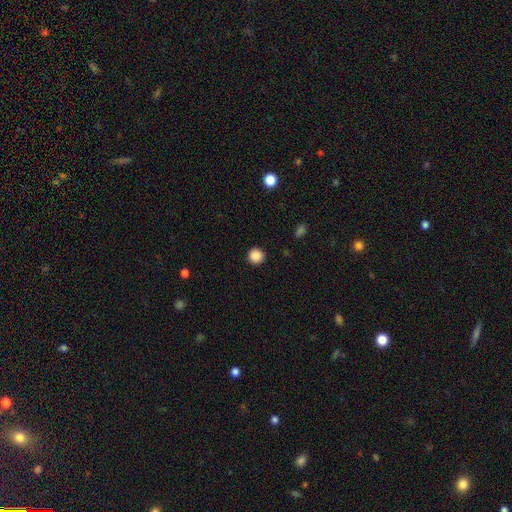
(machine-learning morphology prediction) smooth 87%, star or artifact 10%, featured or disk 2%. Down the decision tree: how rounded — round (95%); merging — none (92%).